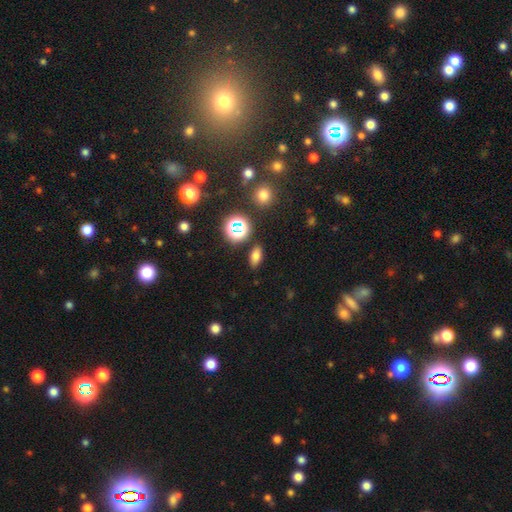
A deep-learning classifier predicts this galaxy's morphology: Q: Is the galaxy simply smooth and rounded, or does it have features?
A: smooth — 72%.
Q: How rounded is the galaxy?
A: in between — 83%.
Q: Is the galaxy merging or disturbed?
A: none — 85%.